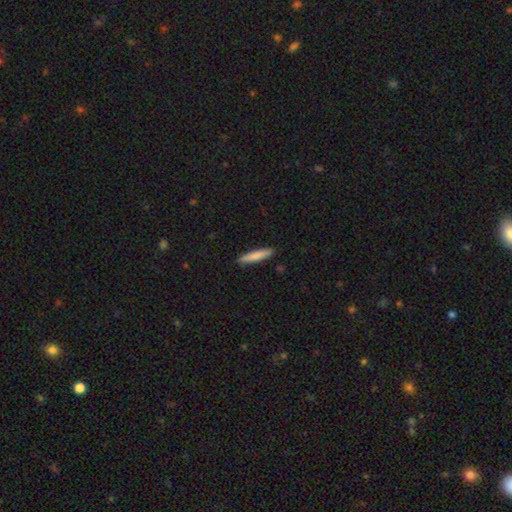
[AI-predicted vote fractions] Smooth or featured? smooth (79%)
How rounded? cigar-shaped (92%)
Merging? none (90%)